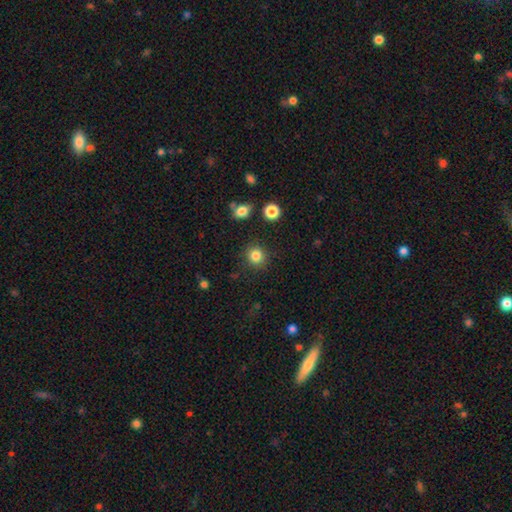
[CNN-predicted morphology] This is clearly a smooth galaxy (84%). How rounded: clearly round (89%). Merging: clearly none (87%).